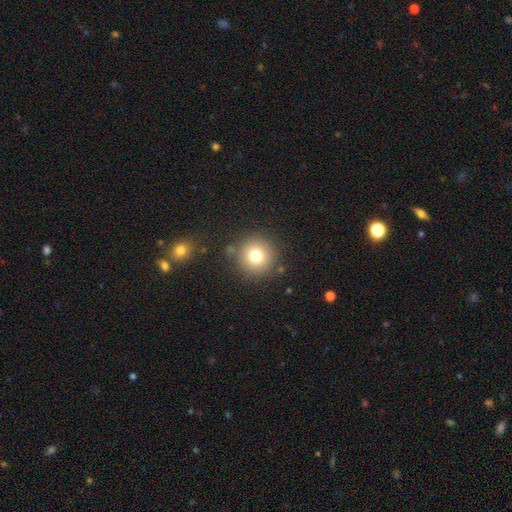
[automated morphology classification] The model was most divided on "smooth or featured": smooth: 77%, star or artifact: 13%, featured or disk: 10%. More confident: how rounded — round (94%); merging — none (86%).